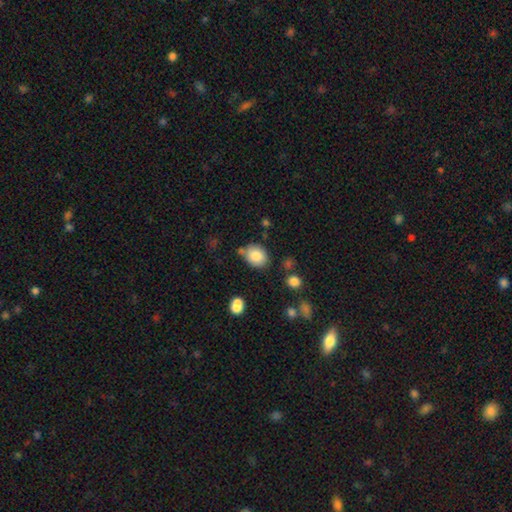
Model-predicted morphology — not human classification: smooth 84%, star or artifact 8%, featured or disk 8%. Down the decision tree: how rounded — round (51%); merging — none (69%).